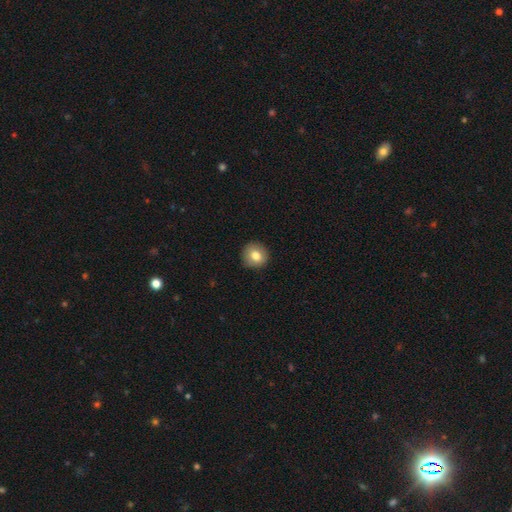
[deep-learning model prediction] Smooth or featured?
  - smooth: 80% *
  - featured or disk: 11%
  - star or artifact: 9%
How rounded?
  - round: 93% *
  - in between: 6%
  - cigar-shaped: 1%
Merging?
  - none: 90% *
  - minor disturbance: 7%
  - major disturbance: 2%
  - merger: 1%